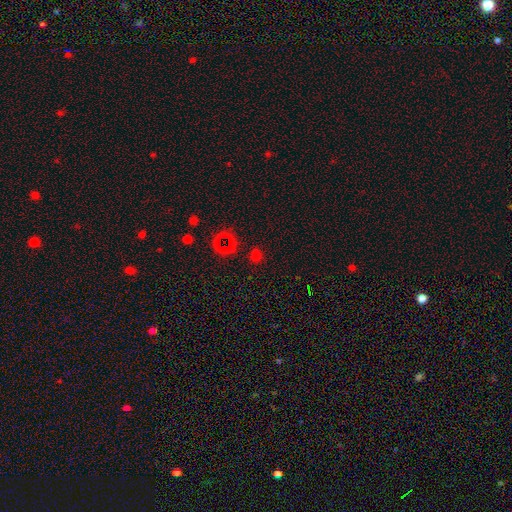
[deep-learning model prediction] This is possibly a smooth galaxy (53%). How rounded: likely round (79%). Merging: clearly none (81%).